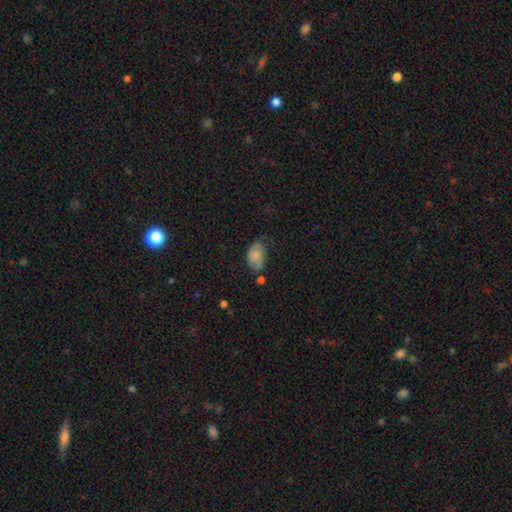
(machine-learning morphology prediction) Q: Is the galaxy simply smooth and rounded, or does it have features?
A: smooth — 73%.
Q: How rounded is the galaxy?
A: in between — 90%.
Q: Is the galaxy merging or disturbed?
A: none — 47%.